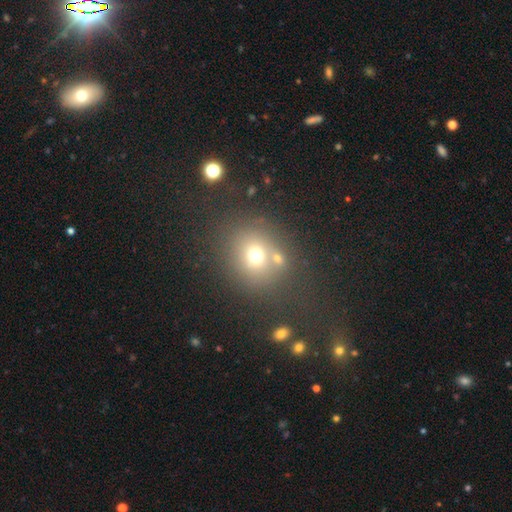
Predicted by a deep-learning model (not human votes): This is likely a smooth galaxy (68%). How rounded: likely round (77%). Merging: likely none (65%).